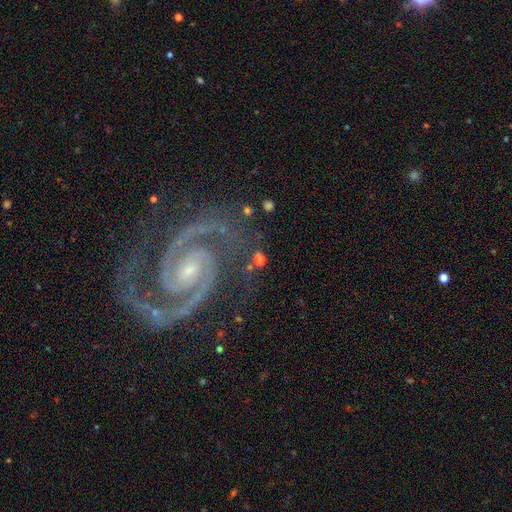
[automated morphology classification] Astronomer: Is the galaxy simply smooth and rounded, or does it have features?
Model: featured or disk — 94%.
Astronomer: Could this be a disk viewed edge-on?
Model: no — 98%.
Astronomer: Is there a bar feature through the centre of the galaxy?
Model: no — 51% (runner-up: weak, 33%).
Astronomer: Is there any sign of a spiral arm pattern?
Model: yes — 99%.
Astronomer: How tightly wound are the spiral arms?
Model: tight — 54% (runner-up: medium, 41%).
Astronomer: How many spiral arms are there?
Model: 2 — 94%.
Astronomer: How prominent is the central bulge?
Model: small — 68%.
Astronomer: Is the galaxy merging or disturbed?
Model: none — 79%.